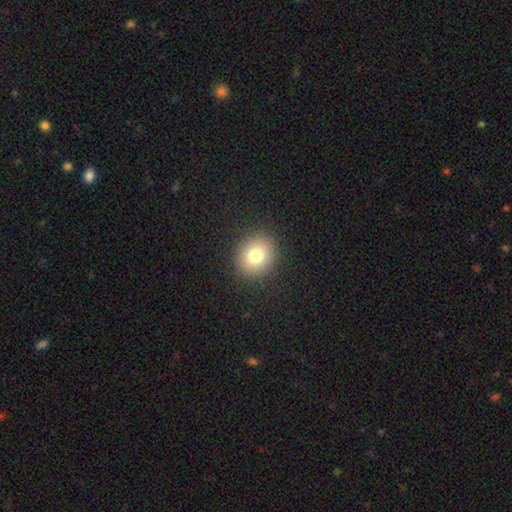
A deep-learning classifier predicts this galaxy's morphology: This appears to be a smooth galaxy with no disk features (78%) that is round (80%). Merging: none (90%).